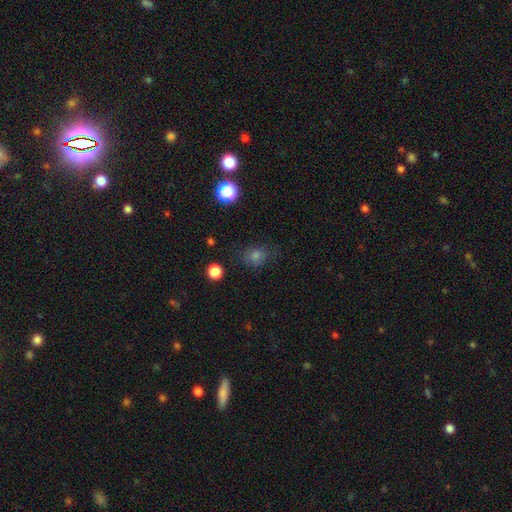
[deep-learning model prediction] Smooth or featured? smooth (67%)
How rounded? round (56%)
Merging? none (77%)